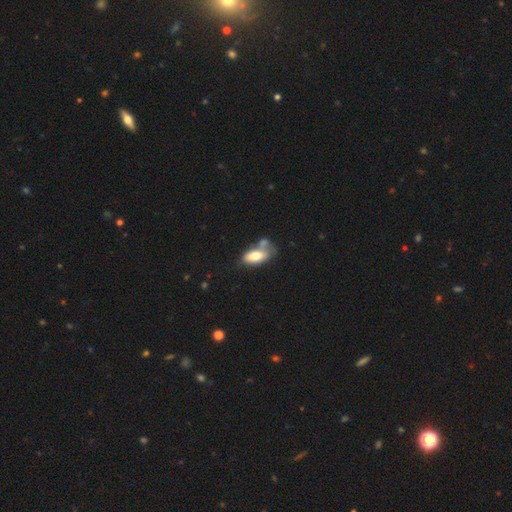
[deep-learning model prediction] Q: Smooth or featured?
A: smooth (75%); runner-up: featured or disk (18%)
Q: How rounded?
A: in between (90%); runner-up: cigar-shaped (6%)
Q: Merging?
A: merger (35%); runner-up: none (34%)